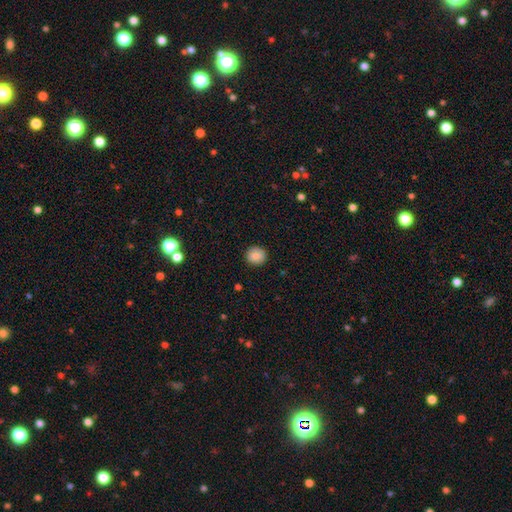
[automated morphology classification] smooth-or-featured: smooth: 87% | star or artifact: 9% | featured or disk: 5%
  how-rounded: round: 90% | in between: 9% | cigar-shaped: 1%
  merging: none: 92% | minor disturbance: 6% | major disturbance: 2% | merger: 1%